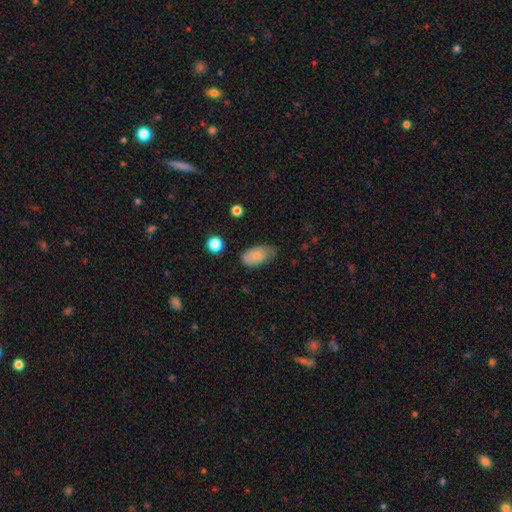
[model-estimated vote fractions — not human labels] Smooth or featured: smooth — 79% (featured or disk — 14%)
How rounded: in between — 93% (round — 5%)
Merging: none — 57% (minor disturbance — 34%)